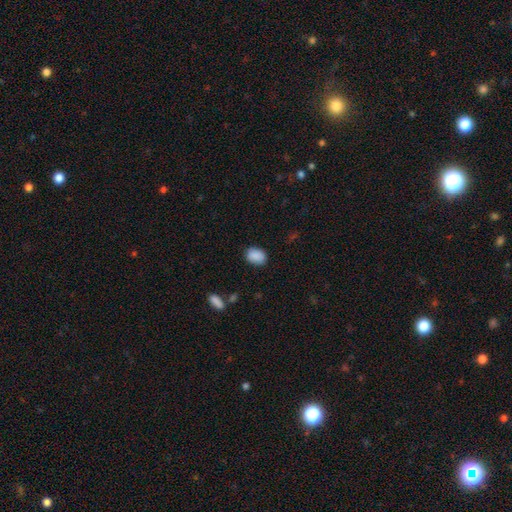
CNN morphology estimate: smooth 89%, star or artifact 8%, featured or disk 3%. Down the decision tree: how rounded — in between (73%); merging — none (85%).